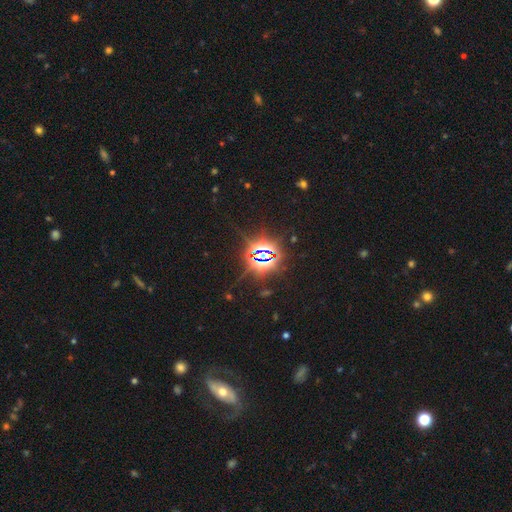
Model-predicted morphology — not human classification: star or artifact 84%, smooth 9%, featured or disk 8%.